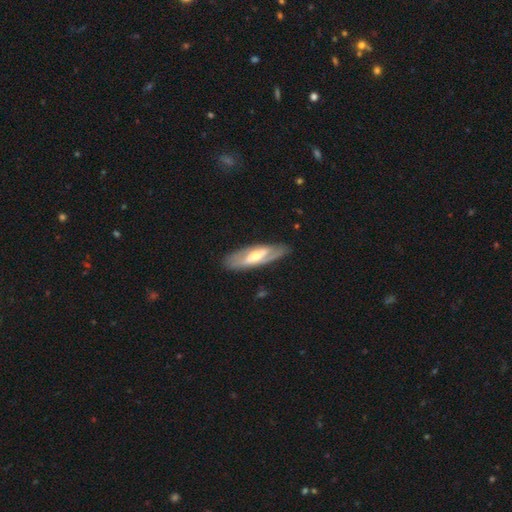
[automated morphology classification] smooth_or_featured: featured or disk (p=0.68) [alt: smooth p=0.26]
disk_edge_on: no (p=0.73) [alt: yes p=0.27]
merging: none (p=0.83) [alt: minor disturbance p=0.12]